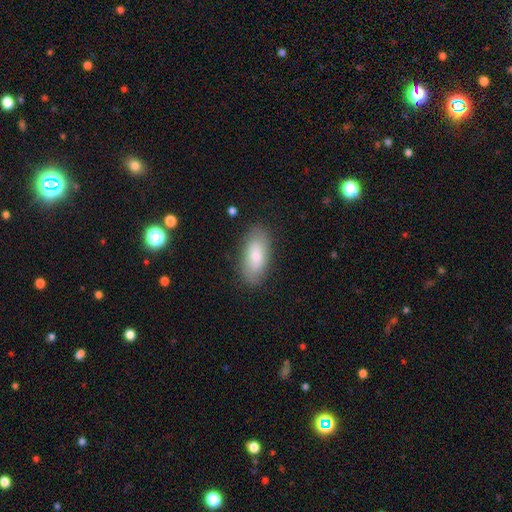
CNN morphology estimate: smooth 78%, featured or disk 15%, star or artifact 6%. Down the decision tree: how rounded — in between (86%); merging — none (83%).